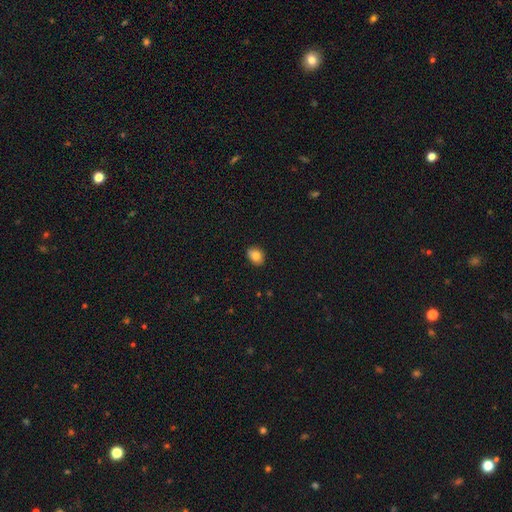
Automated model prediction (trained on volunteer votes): Morphology: type=smooth (83%); roundness=in between (63%); merging=none (86%).